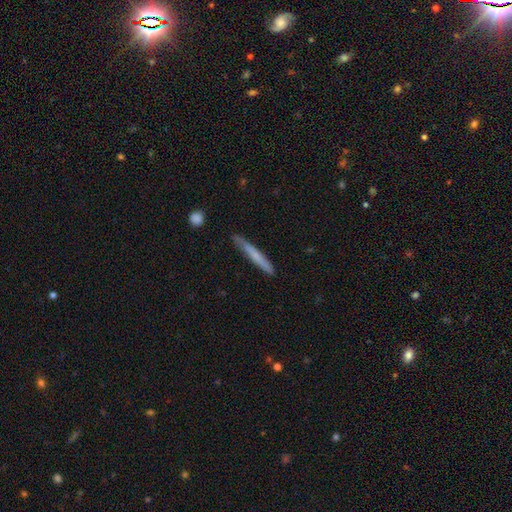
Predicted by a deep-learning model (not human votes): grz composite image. It shows a smooth galaxy with no disk features (61%) that is cigar-shaped (96%). Merging: none (81%).